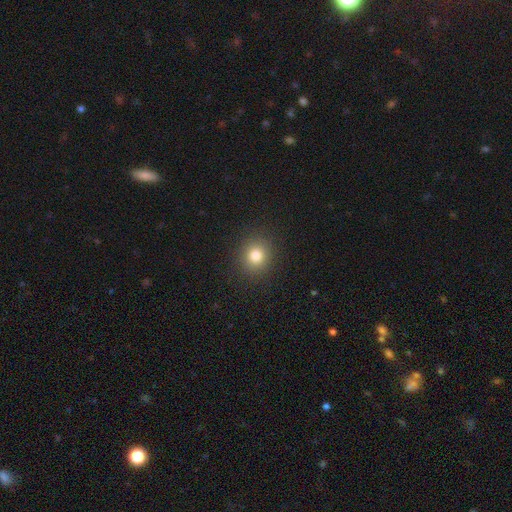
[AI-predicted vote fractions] Q: Smooth or featured?
A: smooth (80%); runner-up: star or artifact (13%)
Q: How rounded?
A: round (84%); runner-up: in between (15%)
Q: Merging?
A: none (90%); runner-up: minor disturbance (7%)